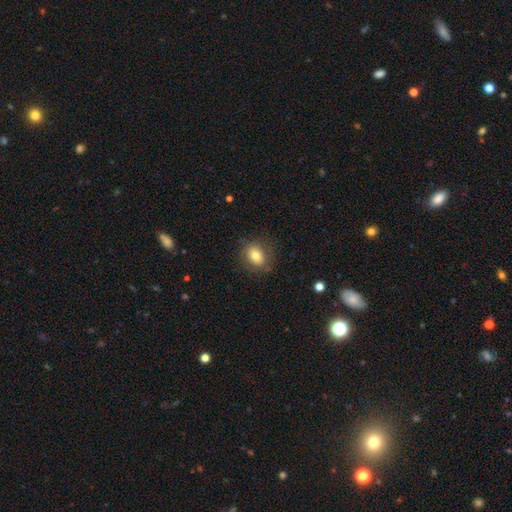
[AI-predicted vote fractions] Overall: smooth (76%). How rounded: in between (53%; round 46%). Merging: none (79%).